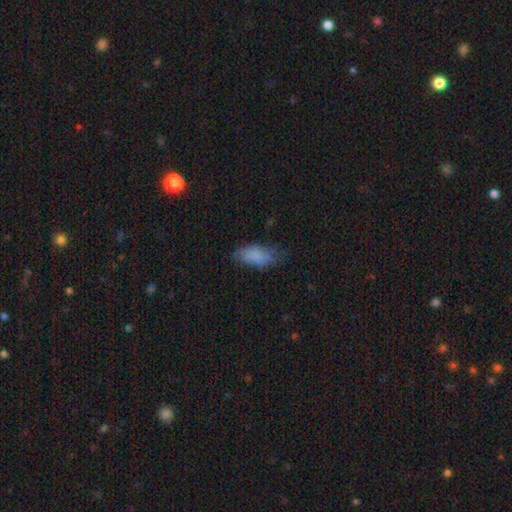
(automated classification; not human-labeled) smooth_or_featured: smooth (p=0.77) [alt: featured or disk p=0.13]
how_rounded: in between (p=0.86) [alt: cigar-shaped p=0.11]
merging: none (p=0.56) [alt: minor disturbance p=0.30]